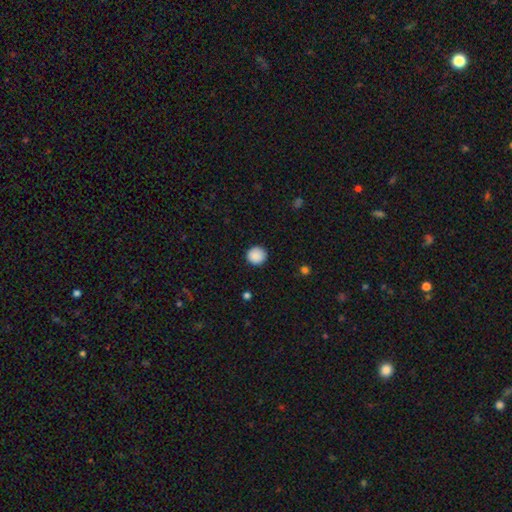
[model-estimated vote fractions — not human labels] This is clearly a smooth galaxy (89%). How rounded: clearly round (94%). Merging: clearly none (91%).